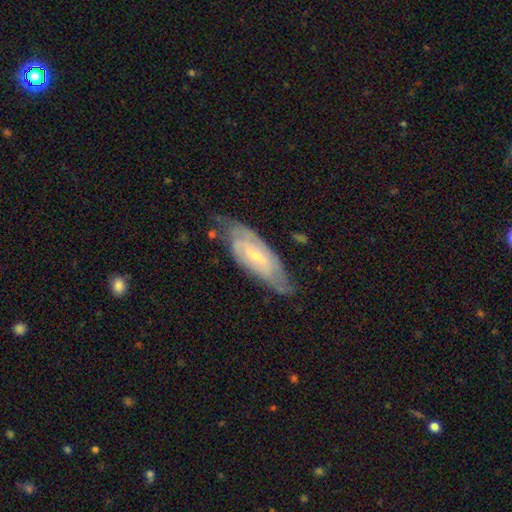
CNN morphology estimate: The model was most divided on "spiral winding": tight: 50%, medium: 38%, loose: 13%. Remaining: spiral arms — yes (89%); edge-on disk — no (85%); smooth or featured — featured or disk (75%); bulge size — small (67%); merging — none (65%); spiral arm count — 2 (53%); bar — weak (48%).